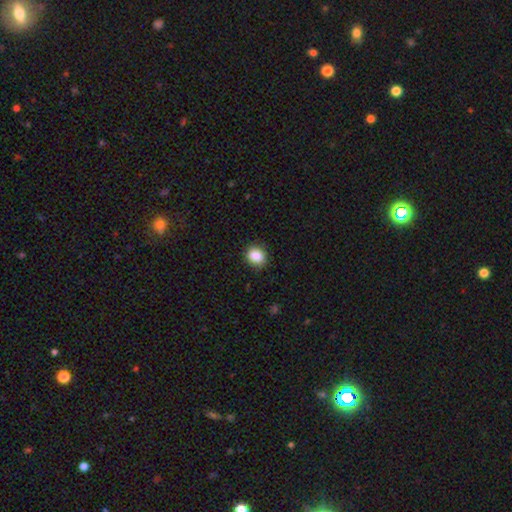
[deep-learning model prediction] Q: Smooth or featured?
A: smooth (86%); runner-up: star or artifact (9%)
Q: How rounded?
A: round (64%); runner-up: in between (35%)
Q: Merging?
A: none (86%); runner-up: minor disturbance (11%)